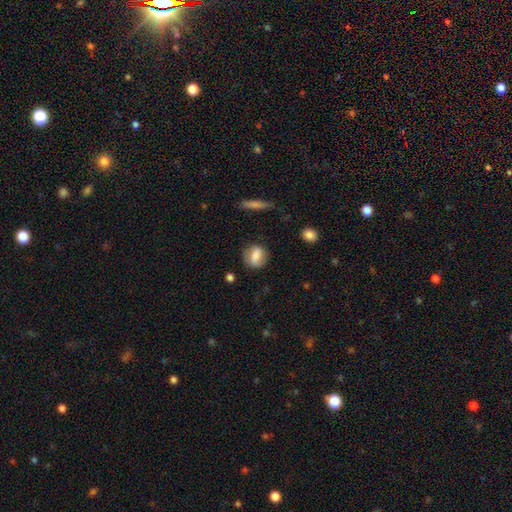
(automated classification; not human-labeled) smooth-or-featured: smooth: 71% | featured or disk: 21% | star or artifact: 8%
  how-rounded: round: 51% | in between: 45% | cigar-shaped: 4%
  merging: none: 75% | minor disturbance: 17% | major disturbance: 6% | merger: 2%